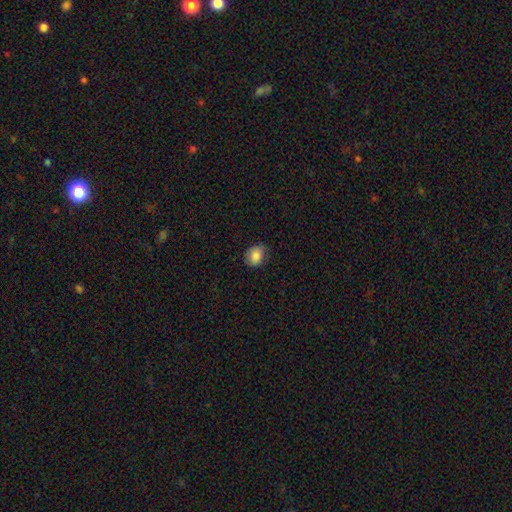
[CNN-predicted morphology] A smooth galaxy with no disk features (84%) that is round (64%). Merging: none (77%).